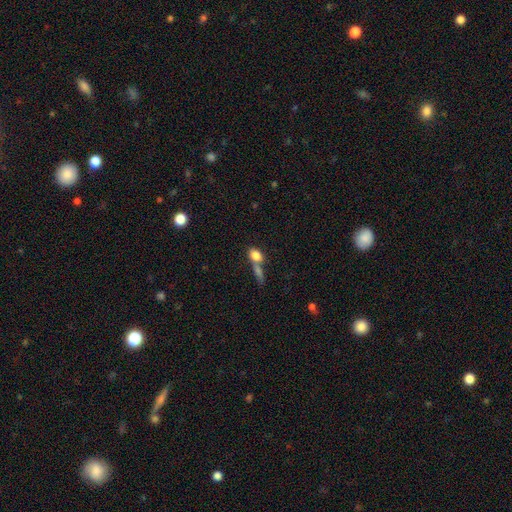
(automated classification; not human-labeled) smooth-or-featured: smooth: 80% | featured or disk: 11% | star or artifact: 9%
  how-rounded: in between: 73% | round: 21% | cigar-shaped: 6%
  merging: merger: 53% | none: 32% | minor disturbance: 9% | major disturbance: 6%